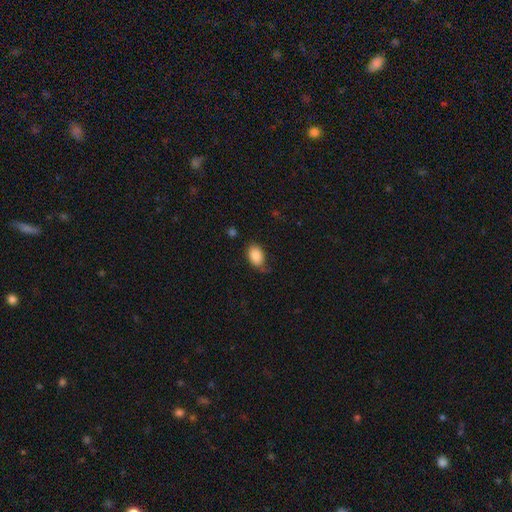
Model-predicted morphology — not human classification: This appears to be a smooth galaxy with no disk features (86%) that is in between round and cigar-shaped (85%). Merging: none (59%).